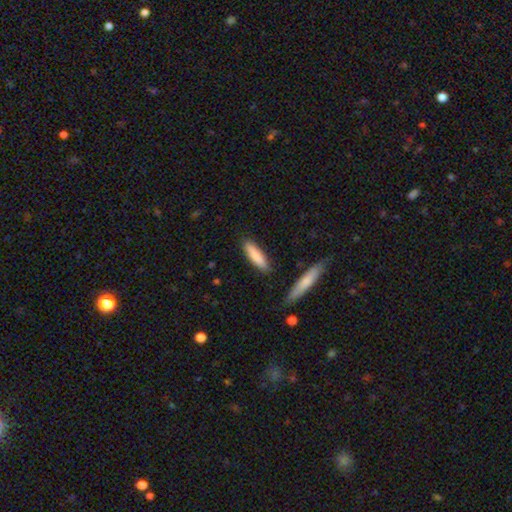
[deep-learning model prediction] The model was most divided on "how rounded": cigar-shaped: 72%, in between: 26%, round: 1%. More confident: merging — none (86%); smooth or featured — smooth (83%).